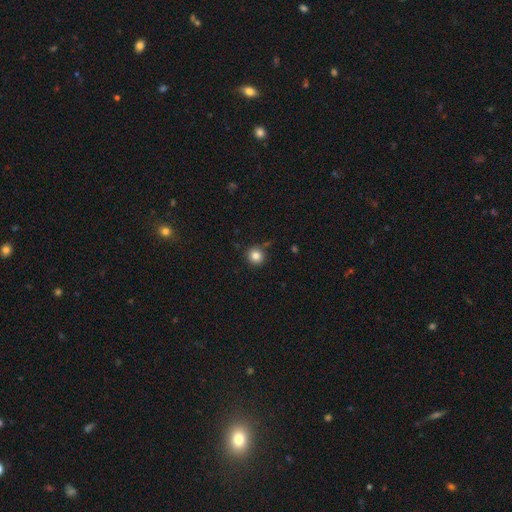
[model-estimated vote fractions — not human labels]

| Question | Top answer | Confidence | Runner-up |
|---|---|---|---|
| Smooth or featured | smooth | 84% | star or artifact (11%) |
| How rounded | round | 92% | in between (7%) |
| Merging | none | 85% | minor disturbance (9%) |